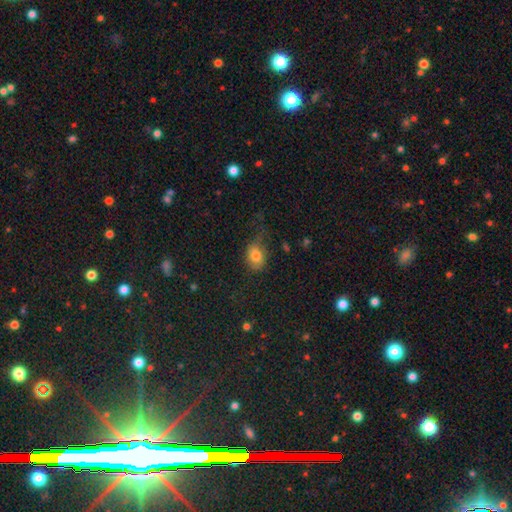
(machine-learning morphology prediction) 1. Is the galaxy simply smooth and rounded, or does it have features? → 78% smooth, 11% featured or disk, 11% star or artifact.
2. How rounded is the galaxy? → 70% in between, 29% round, 2% cigar-shaped.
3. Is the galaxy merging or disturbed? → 51% none, 29% minor disturbance, 18% major disturbance, 2% merger.